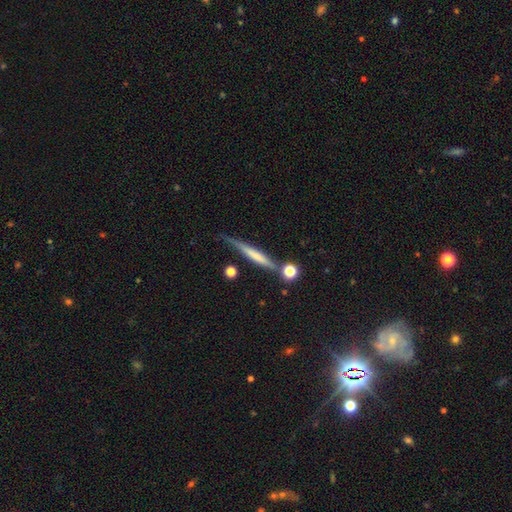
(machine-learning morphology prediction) Smooth or featured? featured or disk (49%)
Merging? none (68%)